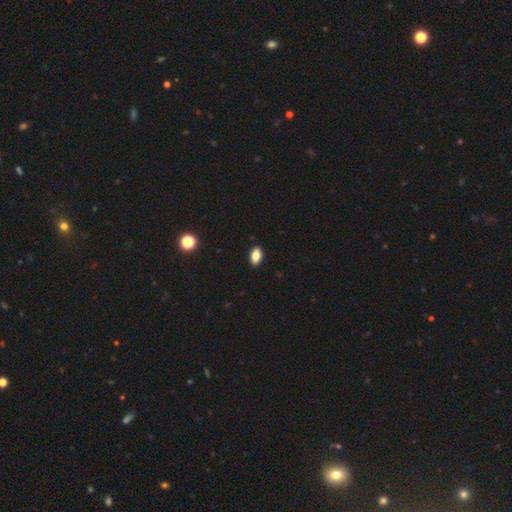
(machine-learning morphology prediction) Smooth or featured? Predicted: smooth (p=0.85). How rounded? Predicted: in between (p=0.91). Merging? Predicted: none (p=0.90).